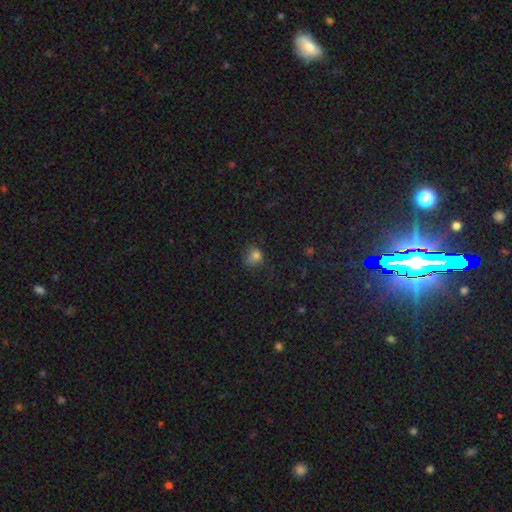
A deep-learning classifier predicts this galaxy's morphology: Smooth or featured?
  - smooth: 76% *
  - star or artifact: 15%
  - featured or disk: 8%
How rounded?
  - round: 65% *
  - in between: 34%
  - cigar-shaped: 1%
Merging?
  - none: 54% *
  - minor disturbance: 29%
  - major disturbance: 14%
  - merger: 4%